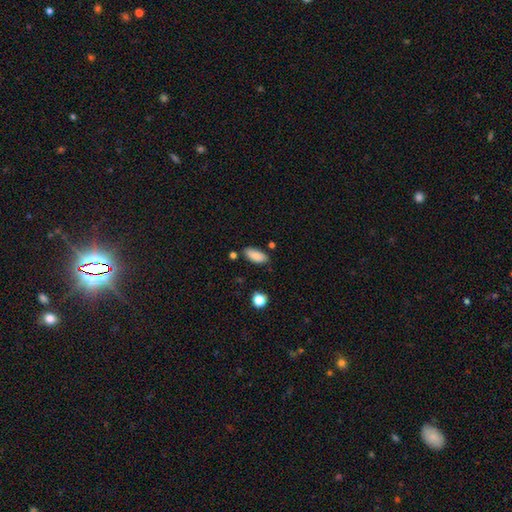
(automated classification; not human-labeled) smooth 86%, star or artifact 8%, featured or disk 6%. Down the decision tree: how rounded — in between (88%); merging — none (79%).